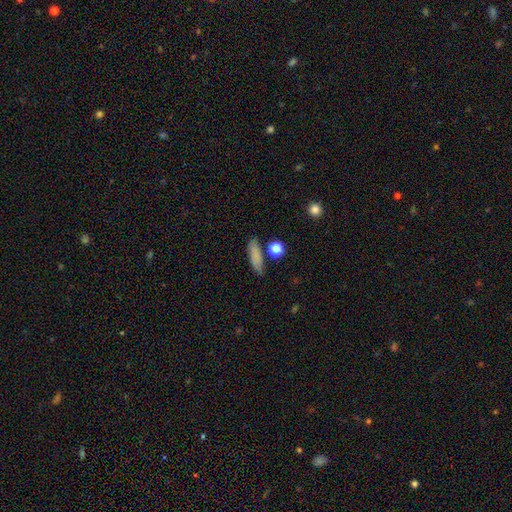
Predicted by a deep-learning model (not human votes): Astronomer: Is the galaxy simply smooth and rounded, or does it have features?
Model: smooth — 80%.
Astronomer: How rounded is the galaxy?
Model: cigar-shaped — 54% (runner-up: in between, 40%).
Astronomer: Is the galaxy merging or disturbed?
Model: none — 74%.